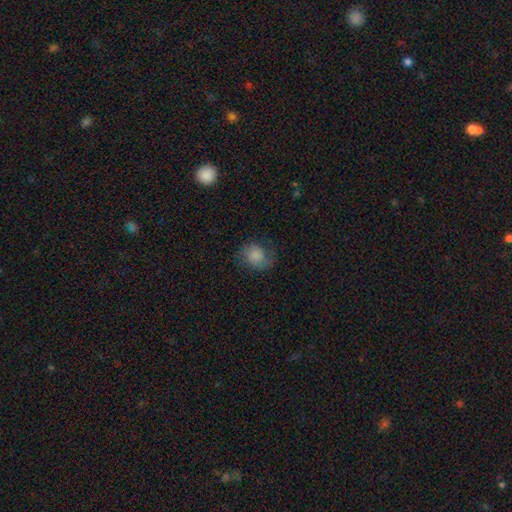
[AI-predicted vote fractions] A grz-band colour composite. It shows a smooth galaxy with no disk features (61%) that is round (64%). Merging: none (65%).